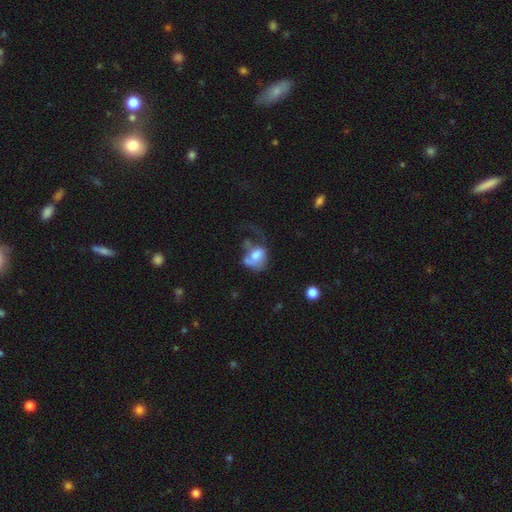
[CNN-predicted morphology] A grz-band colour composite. It shows a smooth galaxy with no disk features (54%) that is in between round and cigar-shaped (63%). Merging: major disturbance (51%).